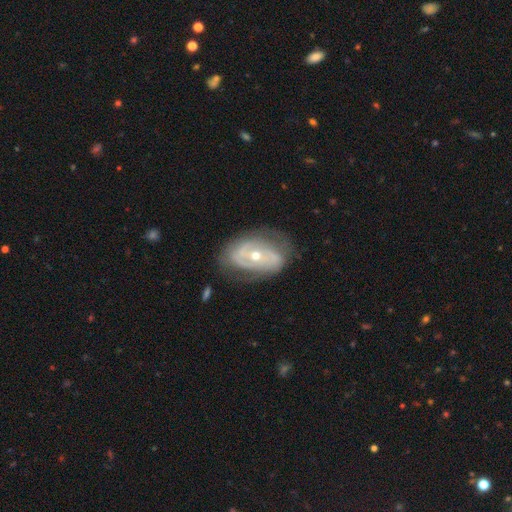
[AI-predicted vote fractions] Smooth or featured: featured or disk — 77% (smooth — 16%)
Edge-on disk: no — 94% (yes — 6%)
Bar: no — 60% (weak — 26%)
Spiral arms: yes — 73% (no — 27%)
Spiral winding: tight — 47% (medium — 35%)
Spiral arm count: 2 — 58% (can't tell — 28%)
Bulge size: moderate — 50% (small — 47%)
Merging: none — 64% (minor disturbance — 23%)